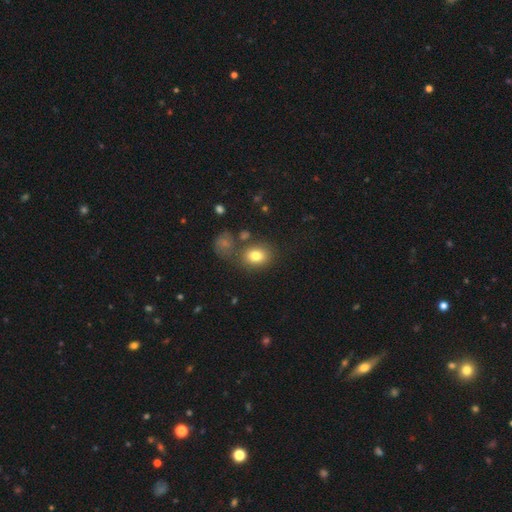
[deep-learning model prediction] Morphology: type=smooth (79%); roundness=round (52%); merging=none (69%).